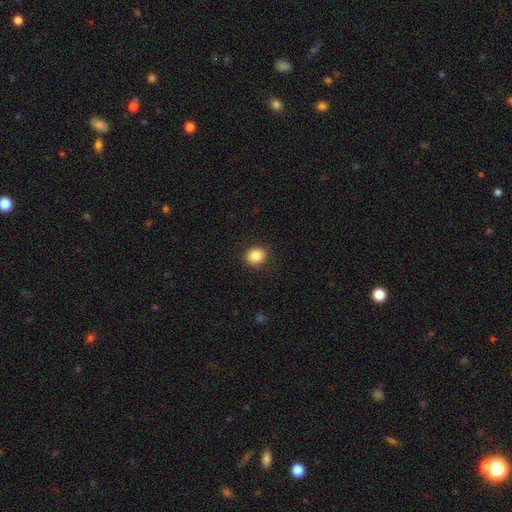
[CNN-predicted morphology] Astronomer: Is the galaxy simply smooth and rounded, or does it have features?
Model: smooth — 85%.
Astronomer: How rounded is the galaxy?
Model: round — 72%.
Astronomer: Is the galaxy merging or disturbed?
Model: none — 89%.